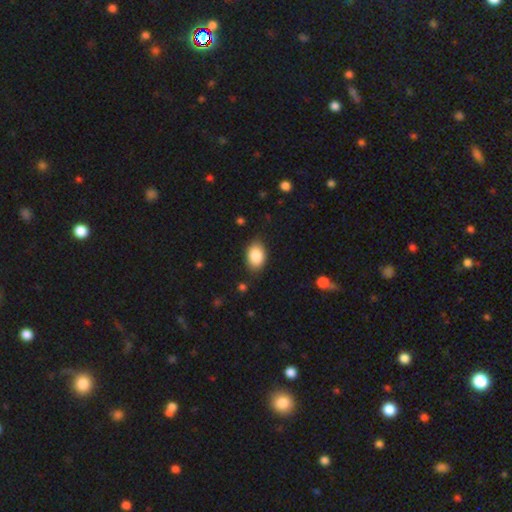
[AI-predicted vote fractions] Q: Smooth or featured?
A: smooth (87%); runner-up: star or artifact (7%)
Q: How rounded?
A: in between (87%); runner-up: round (12%)
Q: Merging?
A: none (83%); runner-up: minor disturbance (13%)